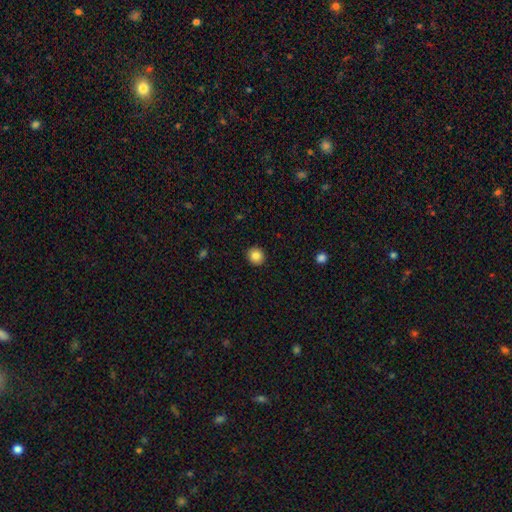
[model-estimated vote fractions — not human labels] Morphology: type=smooth (85%); roundness=round (90%); merging=none (92%).